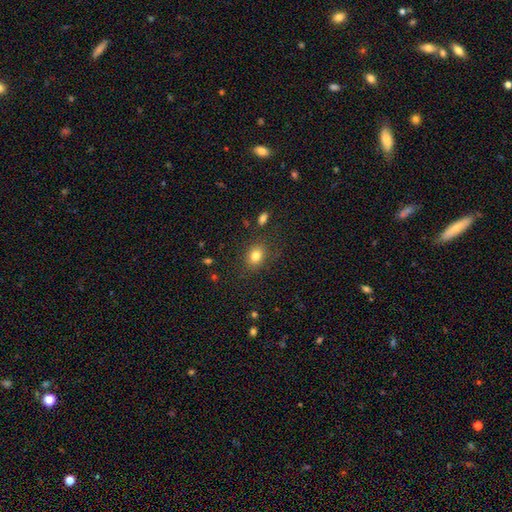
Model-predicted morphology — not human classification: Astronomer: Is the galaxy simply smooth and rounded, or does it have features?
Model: smooth — 81%.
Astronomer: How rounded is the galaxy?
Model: in between — 53% (runner-up: round, 46%).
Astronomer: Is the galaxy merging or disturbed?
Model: none — 82%.